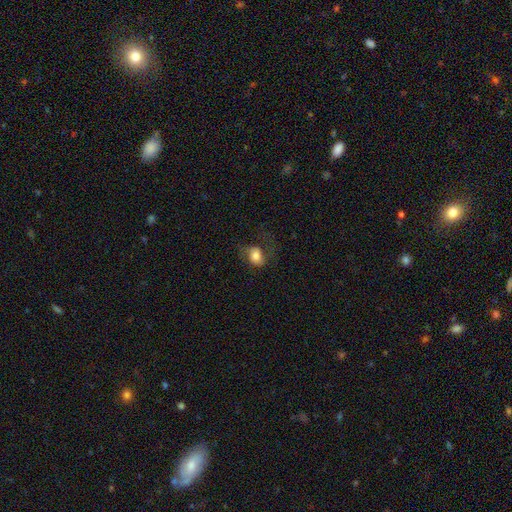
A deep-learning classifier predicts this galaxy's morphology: smooth_or_featured: smooth (p=0.72) [alt: featured or disk p=0.19]
how_rounded: in between (p=0.59) [alt: round p=0.39]
merging: none (p=0.45) [alt: major disturbance p=0.30]